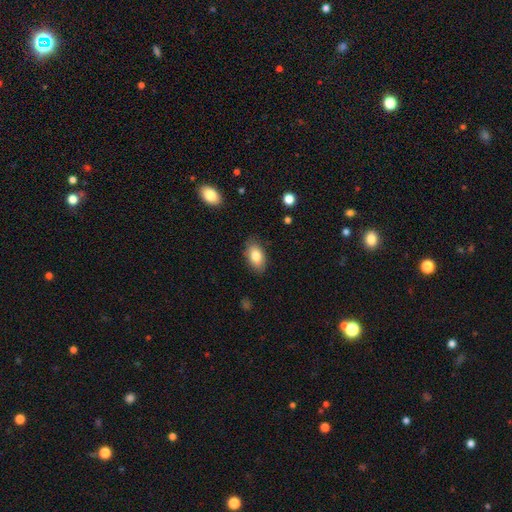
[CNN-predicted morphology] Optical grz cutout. It shows a smooth galaxy with no disk features (81%) that is in between round and cigar-shaped (92%). Merging: none (84%).